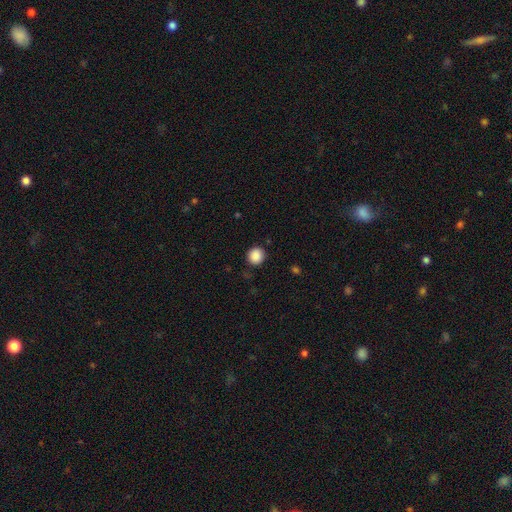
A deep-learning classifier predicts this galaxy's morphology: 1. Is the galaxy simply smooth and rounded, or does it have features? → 89% smooth, 9% star or artifact, 2% featured or disk.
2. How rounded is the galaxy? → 91% round, 8% in between, 1% cigar-shaped.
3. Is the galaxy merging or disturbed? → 89% none, 7% minor disturbance, 2% major disturbance, 1% merger.